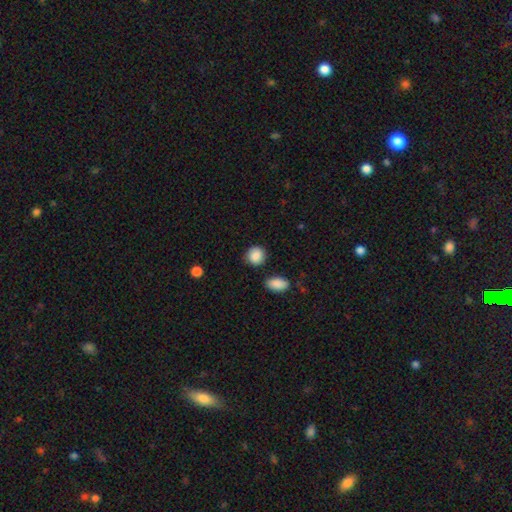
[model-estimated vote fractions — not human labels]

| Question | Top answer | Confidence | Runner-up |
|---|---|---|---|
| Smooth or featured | smooth | 88% | star or artifact (8%) |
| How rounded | round | 78% | in between (21%) |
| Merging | none | 80% | minor disturbance (13%) |